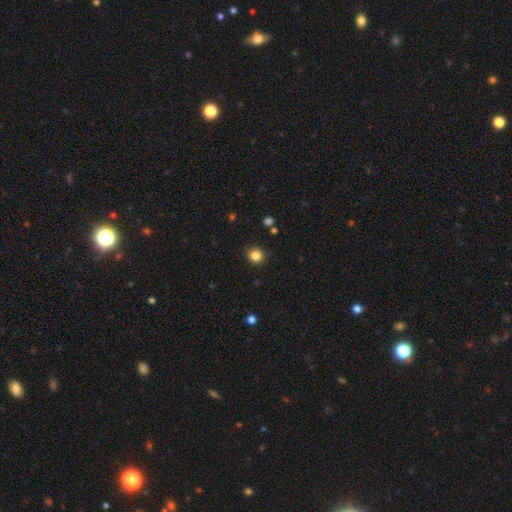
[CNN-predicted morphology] This is clearly a smooth galaxy (84%). How rounded: clearly round (87%). Merging: clearly none (90%).